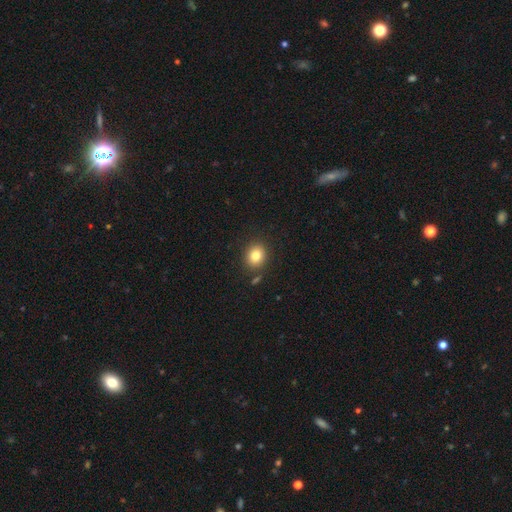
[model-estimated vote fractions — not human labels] This appears to be a smooth galaxy with no disk features (81%) that is round (72%). Merging: none (84%).